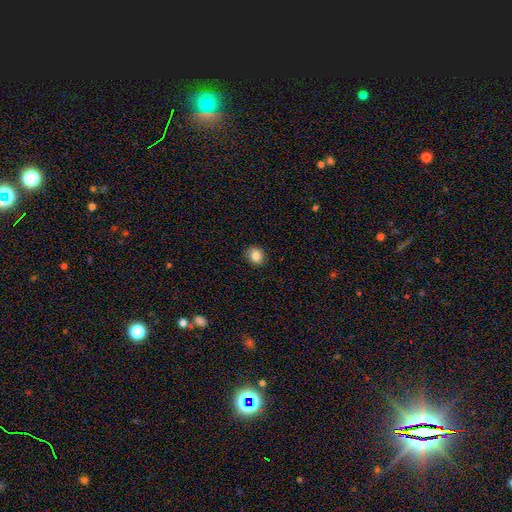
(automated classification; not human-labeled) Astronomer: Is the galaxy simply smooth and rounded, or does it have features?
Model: smooth — 85%.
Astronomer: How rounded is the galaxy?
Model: round — 71%.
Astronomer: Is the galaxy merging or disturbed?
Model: none — 89%.